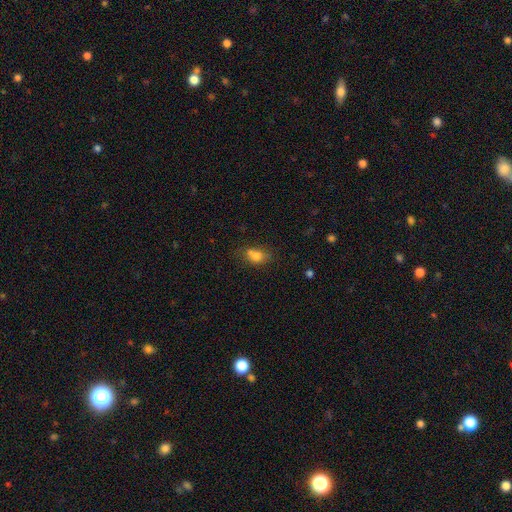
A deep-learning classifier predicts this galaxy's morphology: A smooth galaxy with no disk features (76%) that is in between round and cigar-shaped (66%). Merging: none (47%).